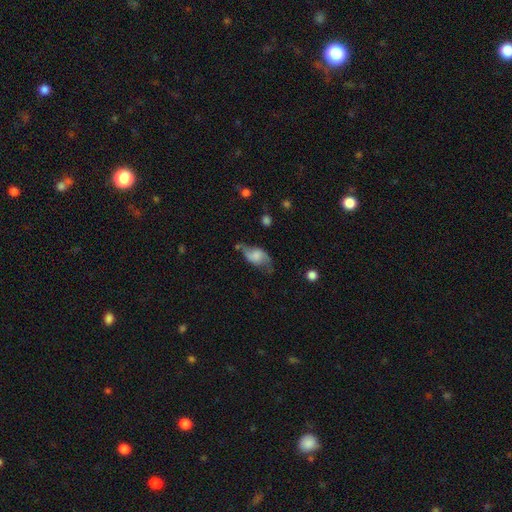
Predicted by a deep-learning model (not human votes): This is possibly a featured or disk galaxy (52%). It is clearly not viewed edge-on (91%). Merging: possibly none (47%).